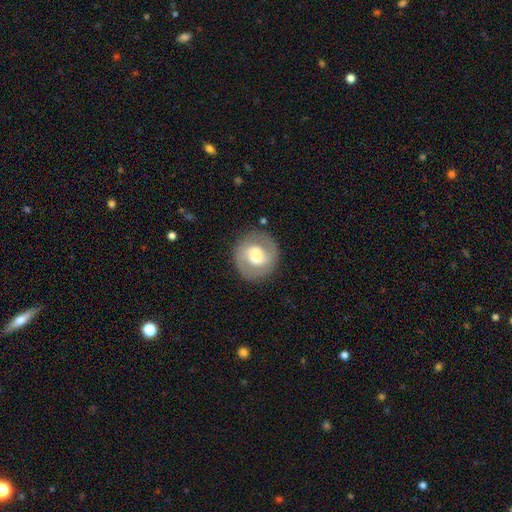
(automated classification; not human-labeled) Smooth or featured? Predicted: featured or disk (p=0.50). Edge-on disk? Predicted: no (p=0.97). Merging? Predicted: none (p=0.76).